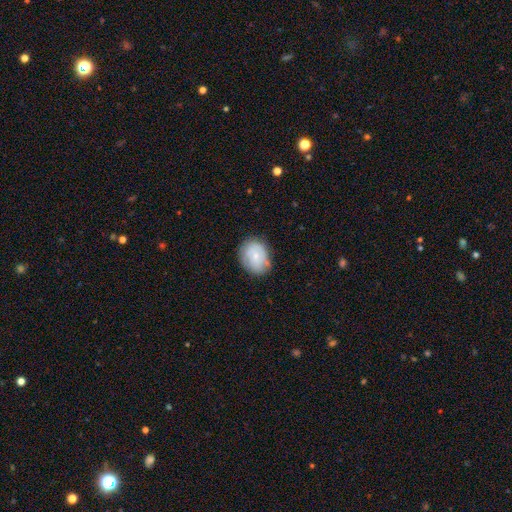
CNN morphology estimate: This appears to be a smooth galaxy with no disk features (57%) that is in between round and cigar-shaped (52%). Merging: none (73%).